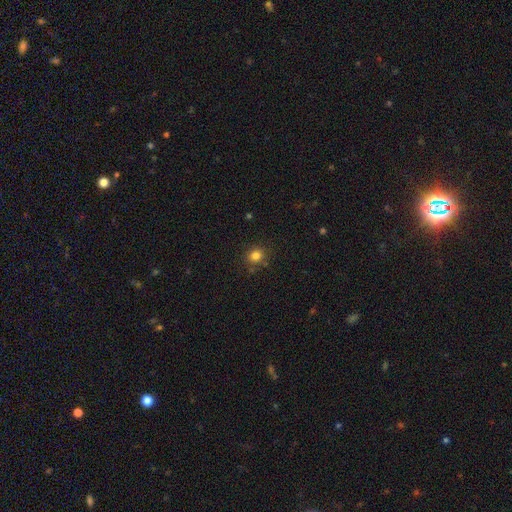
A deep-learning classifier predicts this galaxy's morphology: Overall: smooth (81%). How rounded: round (85%). Merging: none (84%).